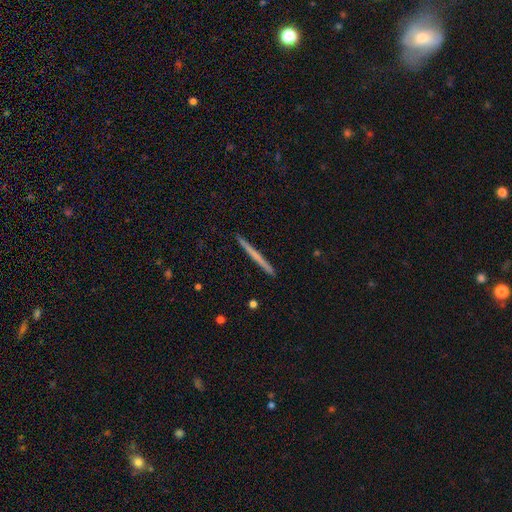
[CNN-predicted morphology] This appears to be a smooth galaxy with no disk features (49%). Merging: none (93%).